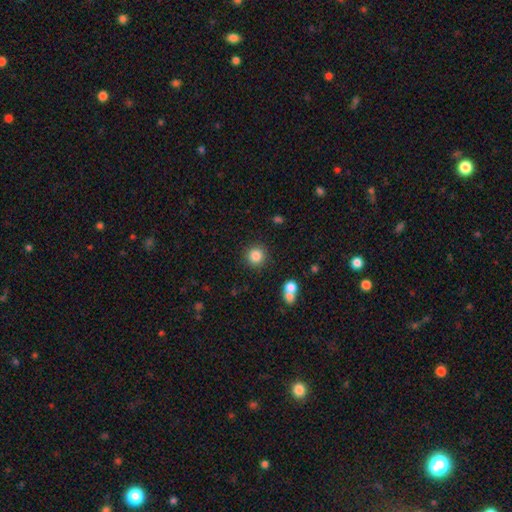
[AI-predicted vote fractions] The model was most divided on "smooth or featured": smooth: 84%, star or artifact: 11%, featured or disk: 5%. More confident: how rounded — round (93%); merging — none (87%).